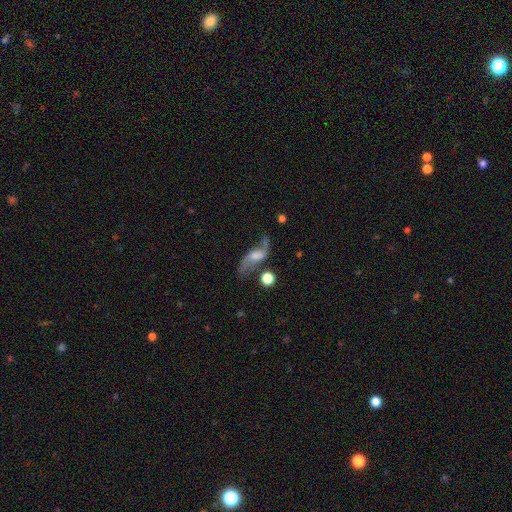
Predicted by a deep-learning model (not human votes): Overall: featured or disk (70%). Edge-on disk: no (91%). Bar: no (45%; weak 40%). Spiral arms: yes (89%). Spiral arm count: 2 (88%). Spiral winding: loose (83%). Bulge size: moderate (37%; small 36%). Merging: none (50%; minor disturbance 20%).